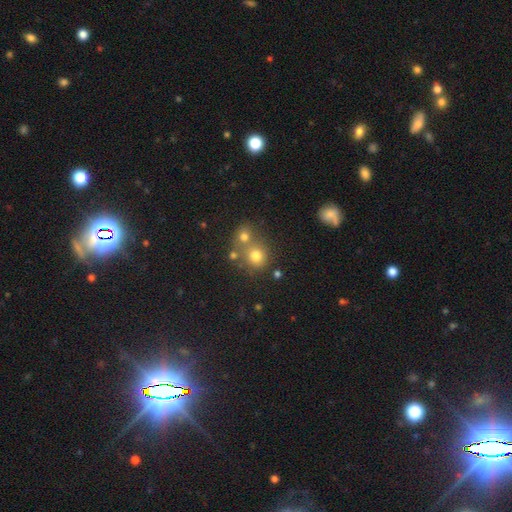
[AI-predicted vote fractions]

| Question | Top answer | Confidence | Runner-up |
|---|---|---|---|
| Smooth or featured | smooth | 73% | star or artifact (16%) |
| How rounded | round | 84% | in between (15%) |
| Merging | none | 50% | merger (37%) |